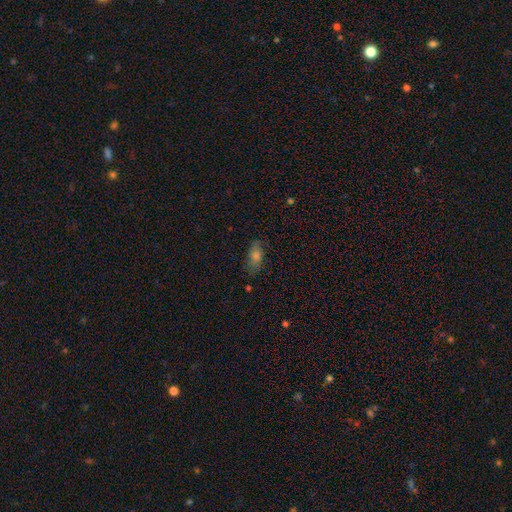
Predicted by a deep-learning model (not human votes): smooth 61%, featured or disk 23%, star or artifact 15%. Down the decision tree: how rounded — in between (75%); merging — none (78%).